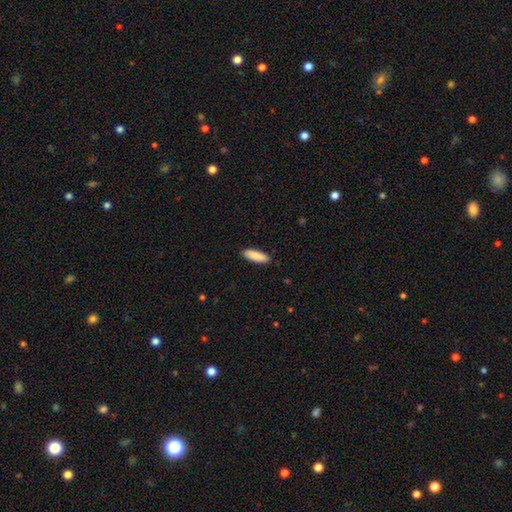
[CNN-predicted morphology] Q: Smooth or featured?
A: smooth (90%); runner-up: star or artifact (6%)
Q: How rounded?
A: in between (54%); runner-up: cigar-shaped (44%)
Q: Merging?
A: none (90%); runner-up: minor disturbance (8%)